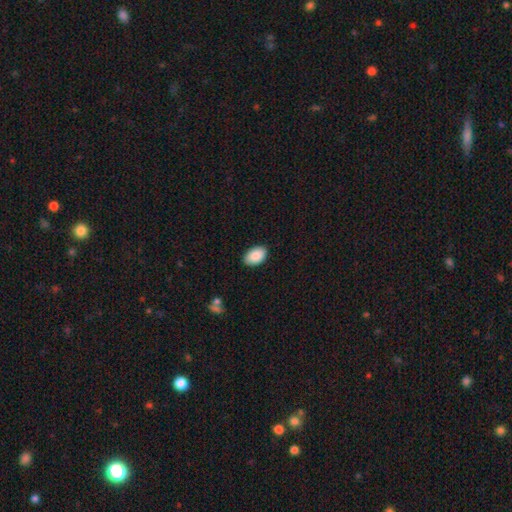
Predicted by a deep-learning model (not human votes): This appears to be a smooth galaxy with no disk features (90%) that is in between round and cigar-shaped (93%). Merging: none (87%).